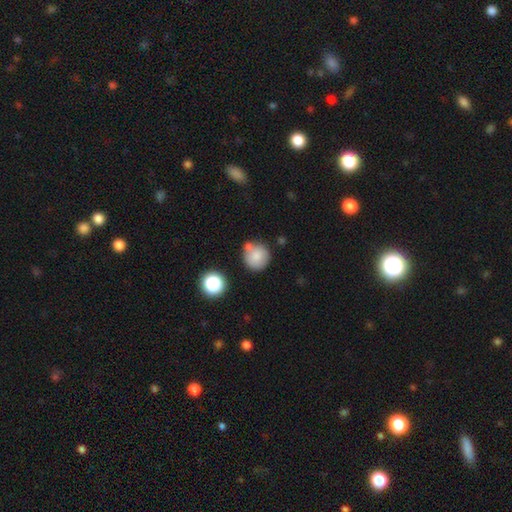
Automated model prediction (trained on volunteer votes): This is clearly a smooth galaxy (82%). How rounded: clearly round (92%). Merging: likely none (67%).